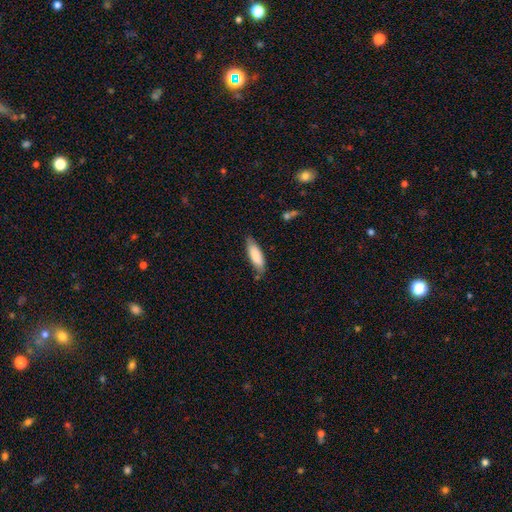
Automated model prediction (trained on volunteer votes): Morphology: type=smooth (85%); roundness=in between (53%); merging=none (73%).